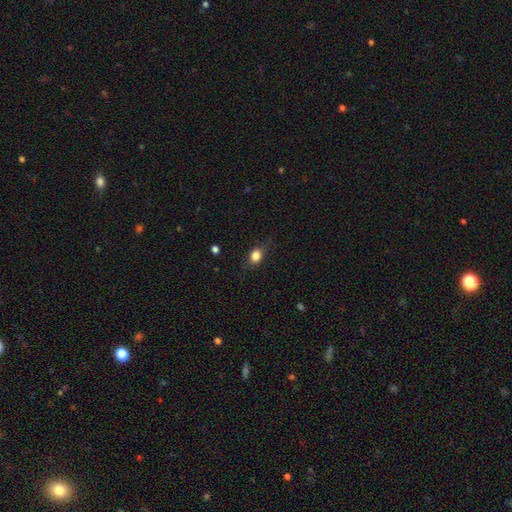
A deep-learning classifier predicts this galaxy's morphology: This appears to be a smooth galaxy with no disk features (82%) that is in between round and cigar-shaped (57%). Merging: none (77%).